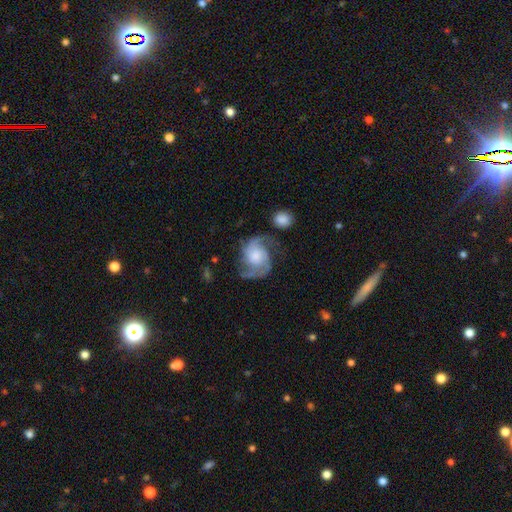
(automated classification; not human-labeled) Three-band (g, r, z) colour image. It shows a featured or disk galaxy (85%) with no bar (69%), 2 (84%) medium (53%) spiral arms (96%) and a moderate central bulge (37%). Merging: none (61%).